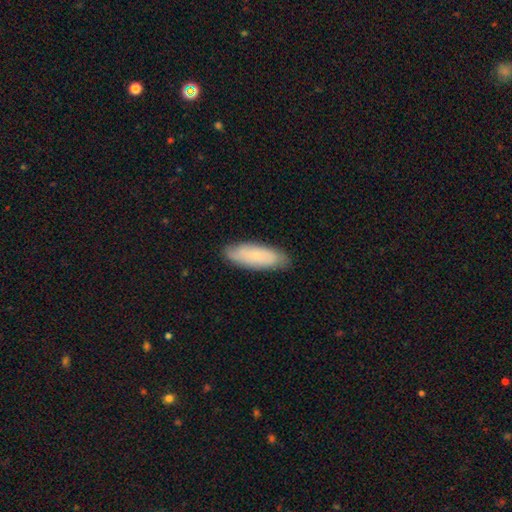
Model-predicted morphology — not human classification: A smooth galaxy with no disk features (63%) that is in between round and cigar-shaped (63%).

Vote fractions:
- Smooth or featured? smooth: 63% / featured or disk: 30% / star or artifact: 7%
- How rounded? in between: 63% / cigar-shaped: 35% / round: 2%
- Merging? none: 83% / minor disturbance: 13% / major disturbance: 2% / merger: 1%